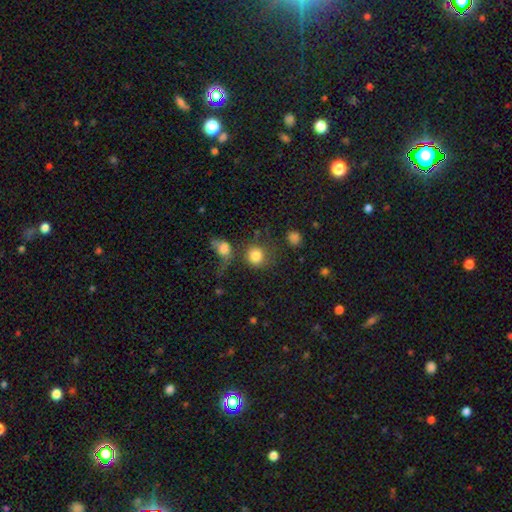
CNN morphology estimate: smooth-or-featured: smooth: 81% | star or artifact: 10% | featured or disk: 9%
  how-rounded: round: 86% | in between: 13% | cigar-shaped: 1%
  merging: none: 49% | merger: 26% | minor disturbance: 13% | major disturbance: 12%